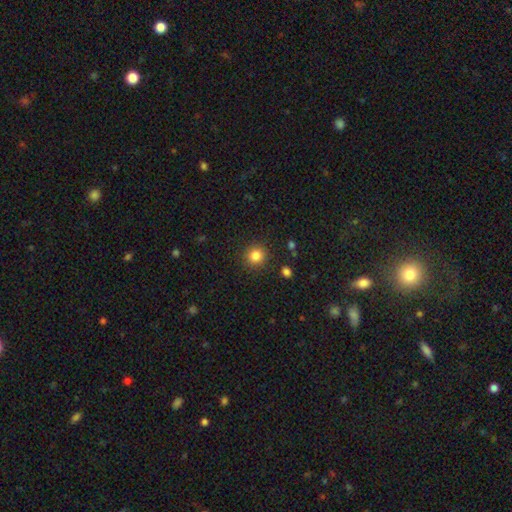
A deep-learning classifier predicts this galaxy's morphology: smooth_or_featured: smooth (p=0.84) [alt: star or artifact p=0.12]
how_rounded: round (p=0.92) [alt: in between p=0.07]
merging: none (p=0.90) [alt: minor disturbance p=0.06]